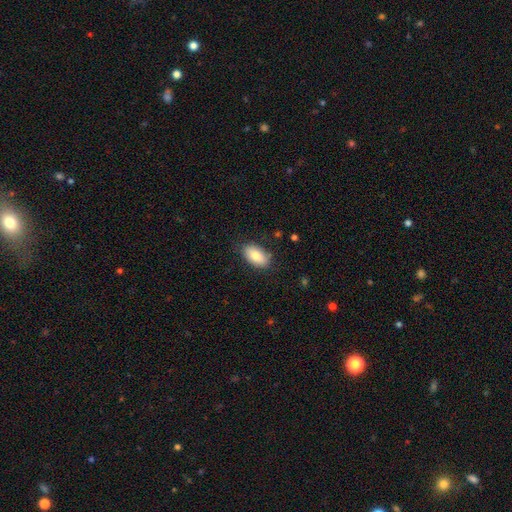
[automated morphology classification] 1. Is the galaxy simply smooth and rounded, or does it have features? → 81% smooth, 12% featured or disk, 7% star or artifact.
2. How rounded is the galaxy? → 93% in between, 4% round, 3% cigar-shaped.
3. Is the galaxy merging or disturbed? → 82% none, 14% minor disturbance, 3% major disturbance, 1% merger.